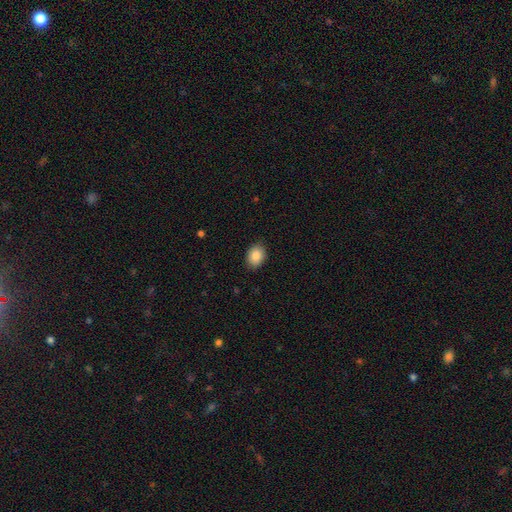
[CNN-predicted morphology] Overall: smooth (88%). How rounded: in between (73%). Merging: none (87%).